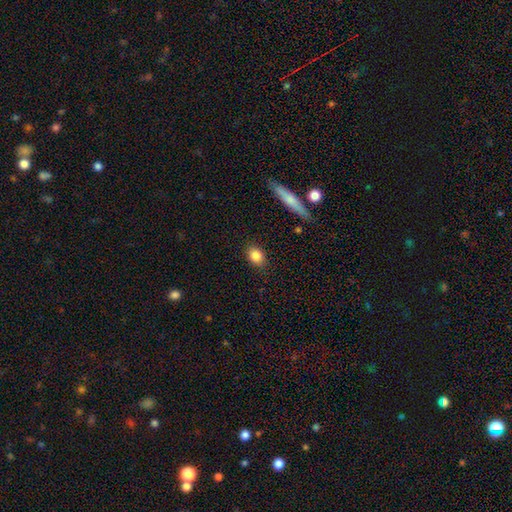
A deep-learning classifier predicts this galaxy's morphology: type=smooth (84%); roundness=in between (53%); merging=none (87%).